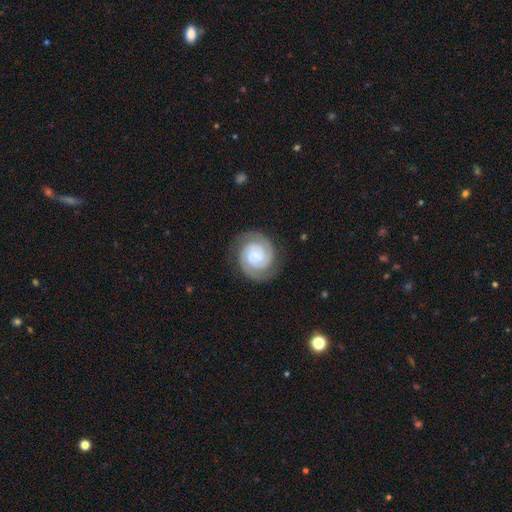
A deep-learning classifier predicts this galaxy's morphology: Q: Smooth or featured?
A: featured or disk (80%); runner-up: smooth (14%)
Q: Edge-on disk?
A: no (98%); runner-up: yes (2%)
Q: Bar?
A: no (57%); runner-up: weak (33%)
Q: Spiral arms?
A: yes (97%); runner-up: no (3%)
Q: Spiral winding?
A: tight (70%); runner-up: medium (25%)
Q: Spiral arm count?
A: 2 (83%); runner-up: can't tell (6%)
Q: Bulge size?
A: none (44%); runner-up: small (34%)
Q: Merging?
A: none (81%); runner-up: minor disturbance (12%)